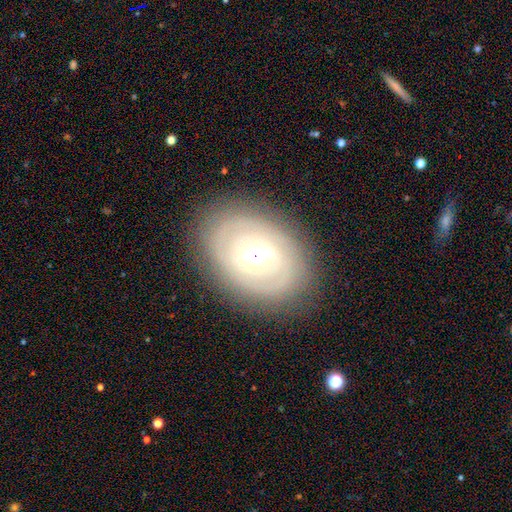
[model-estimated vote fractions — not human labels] Smooth or featured? Predicted: featured or disk (p=0.75). Edge-on disk? Predicted: no (p=0.95). Bar? Predicted: weak (p=0.46). Spiral arms? Predicted: yes (p=0.72). Spiral winding? Predicted: tight (p=0.73). Spiral arm count? Predicted: can't tell (p=0.43). Bulge size? Predicted: moderate (p=0.64). Merging? Predicted: none (p=0.82).